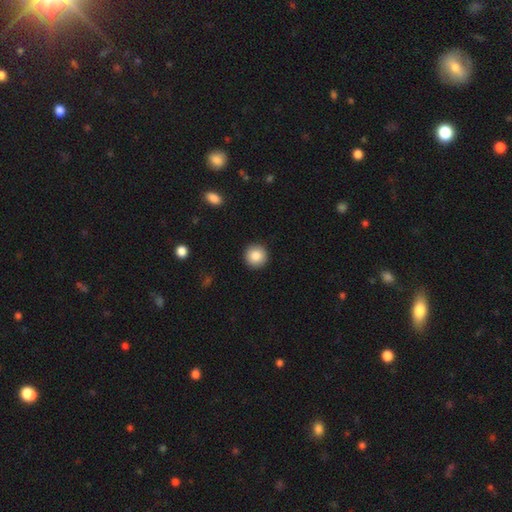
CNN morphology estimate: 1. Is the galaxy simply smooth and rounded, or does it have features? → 86% smooth, 8% star or artifact, 6% featured or disk.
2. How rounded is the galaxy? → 95% round, 4% in between, 1% cigar-shaped.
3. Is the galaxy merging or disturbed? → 93% none, 5% minor disturbance, 2% major disturbance, 1% merger.